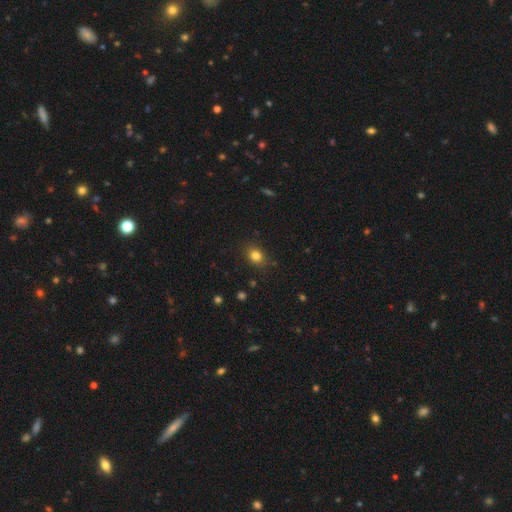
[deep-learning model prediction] Overall: smooth (82%). How rounded: round (56%; in between 43%). Merging: none (84%).